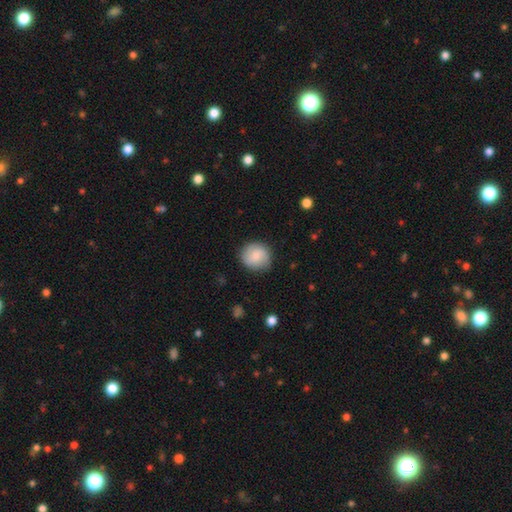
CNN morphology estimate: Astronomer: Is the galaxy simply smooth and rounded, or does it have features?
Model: smooth — 78%.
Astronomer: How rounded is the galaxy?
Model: round — 89%.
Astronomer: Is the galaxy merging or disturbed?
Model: none — 84%.